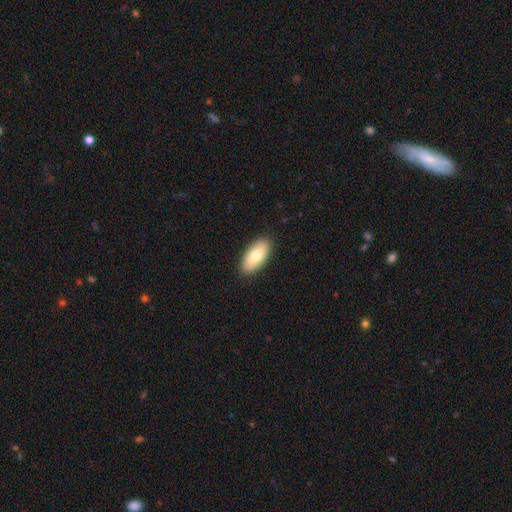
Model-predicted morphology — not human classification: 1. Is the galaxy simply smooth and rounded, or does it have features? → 76% smooth, 18% featured or disk, 6% star or artifact.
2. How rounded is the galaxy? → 92% in between, 6% cigar-shaped, 2% round.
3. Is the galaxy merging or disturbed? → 90% none, 8% minor disturbance, 2% major disturbance, 1% merger.